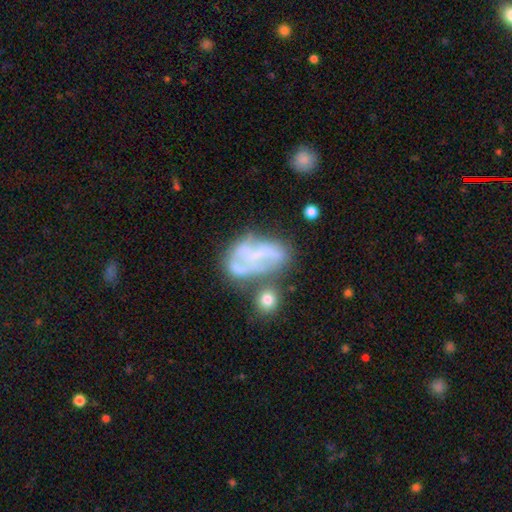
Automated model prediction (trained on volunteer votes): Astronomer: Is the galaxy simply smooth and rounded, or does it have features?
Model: featured or disk — 59%.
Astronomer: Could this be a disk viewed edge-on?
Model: no — 96%.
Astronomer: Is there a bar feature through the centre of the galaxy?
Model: no — 77%.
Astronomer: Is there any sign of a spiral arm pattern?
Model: no — 72%.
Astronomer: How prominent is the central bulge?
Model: none — 70%.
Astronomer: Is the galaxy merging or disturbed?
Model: major disturbance — 29% (runner-up: none, 28%).